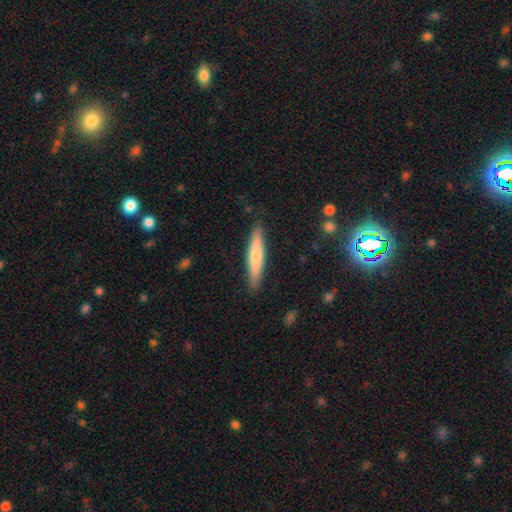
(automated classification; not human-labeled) Smooth or featured: smooth — 66% (featured or disk — 29%)
How rounded: cigar-shaped — 91% (in between — 8%)
Merging: none — 88% (minor disturbance — 9%)